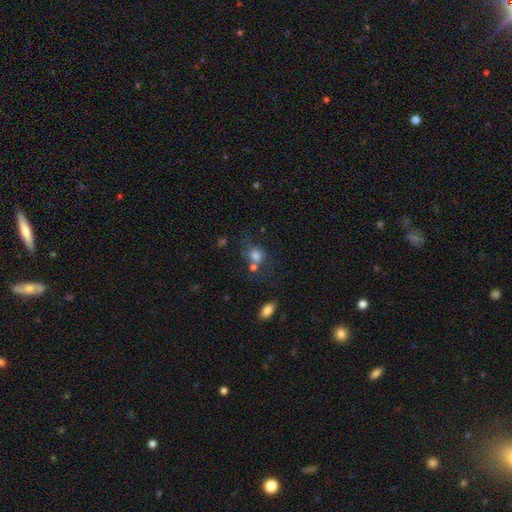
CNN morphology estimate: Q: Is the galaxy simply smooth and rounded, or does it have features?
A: smooth — 75%.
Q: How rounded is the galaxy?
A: round — 61%.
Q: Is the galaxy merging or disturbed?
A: none — 42%.